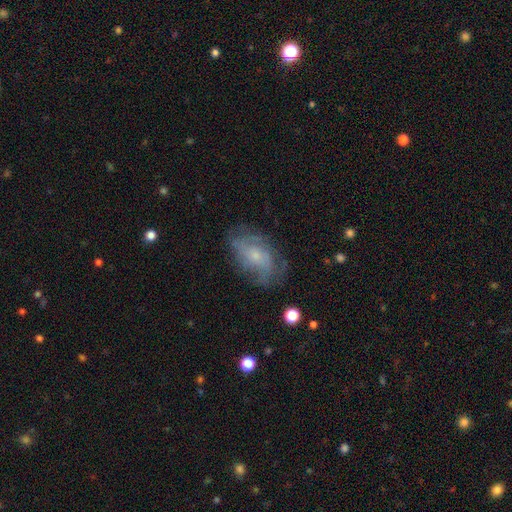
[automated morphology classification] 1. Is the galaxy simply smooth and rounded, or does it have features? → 59% featured or disk, 32% smooth, 9% star or artifact.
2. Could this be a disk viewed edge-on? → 95% no, 5% yes.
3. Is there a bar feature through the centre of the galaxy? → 77% no, 20% weak, 3% strong.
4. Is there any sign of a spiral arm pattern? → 74% yes, 26% no.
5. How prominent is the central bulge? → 69% small, 21% moderate, 7% none, 2% large, 1% dominant.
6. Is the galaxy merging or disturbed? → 61% none, 23% minor disturbance, 14% major disturbance, 2% merger.